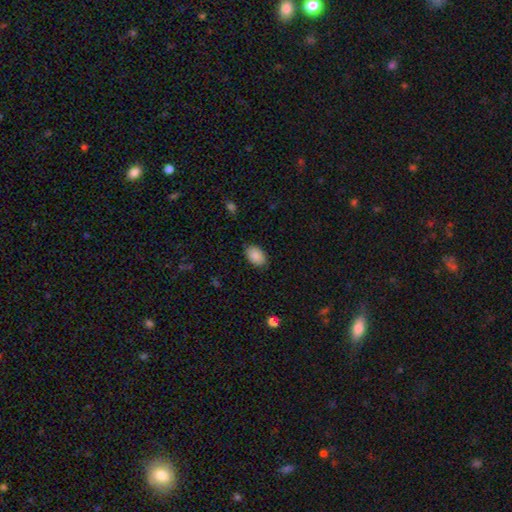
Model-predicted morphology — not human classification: smooth_or_featured: smooth (p=0.89) [alt: star or artifact p=0.07]
how_rounded: in between (p=0.88) [alt: round p=0.11]
merging: none (p=0.83) [alt: minor disturbance p=0.13]